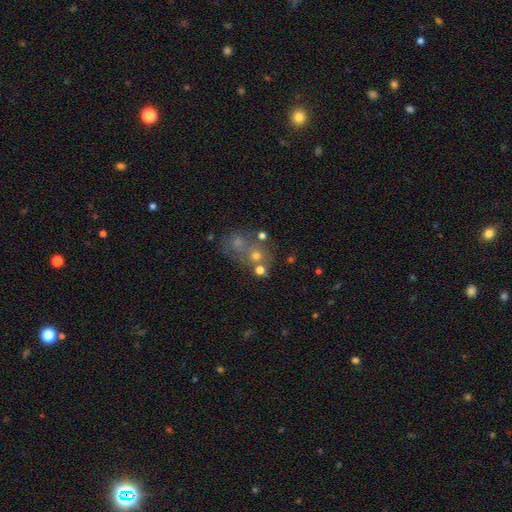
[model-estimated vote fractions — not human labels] Smooth or featured?
  - smooth: 40% *
  - featured or disk: 30%
  - star or artifact: 30%
Merging?
  - none: 43% *
  - merger: 35%
  - minor disturbance: 11%
  - major disturbance: 10%